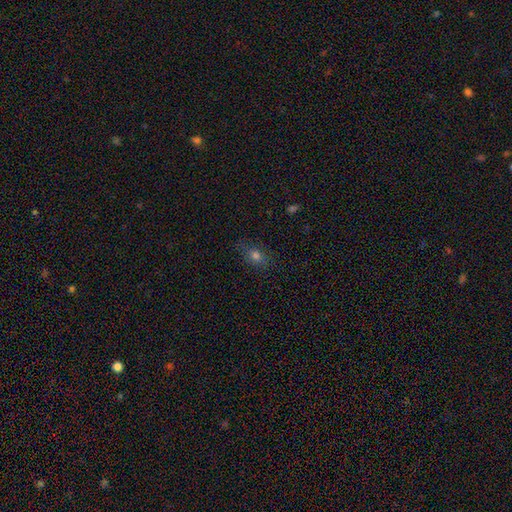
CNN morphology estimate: This appears to be a smooth galaxy with no disk features (68%) that is in between round and cigar-shaped (63%). Merging: none (78%).